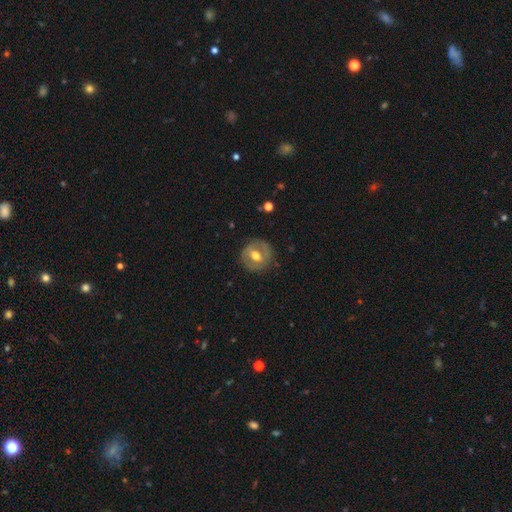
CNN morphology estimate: This is possibly a featured or disk galaxy (56%). It is clearly not viewed edge-on (95%). Bar: marginally weak (41%). Spiral arm pattern: likely no (65%). Central bulge: likely moderate (77%). Merging: clearly none (82%).